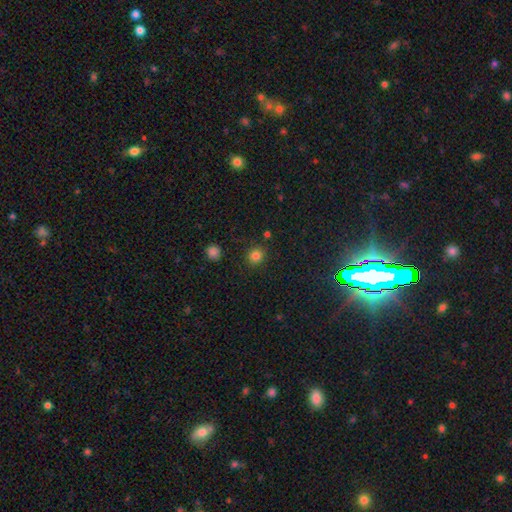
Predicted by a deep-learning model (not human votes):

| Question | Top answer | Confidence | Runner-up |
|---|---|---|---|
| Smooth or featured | smooth | 81% | star or artifact (14%) |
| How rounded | round | 85% | in between (14%) |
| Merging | none | 87% | minor disturbance (8%) |